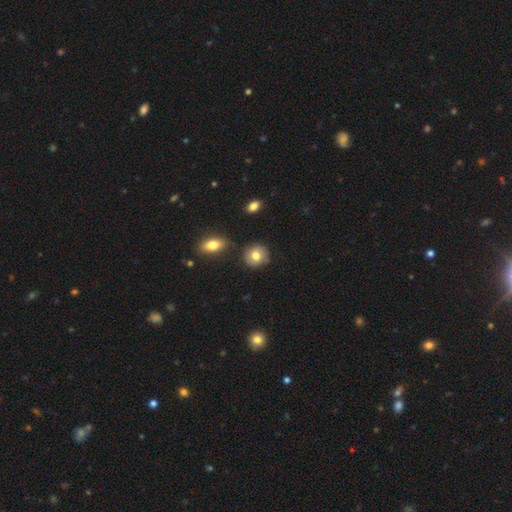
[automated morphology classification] Overall: smooth (80%). How rounded: round (85%). Merging: none (83%).